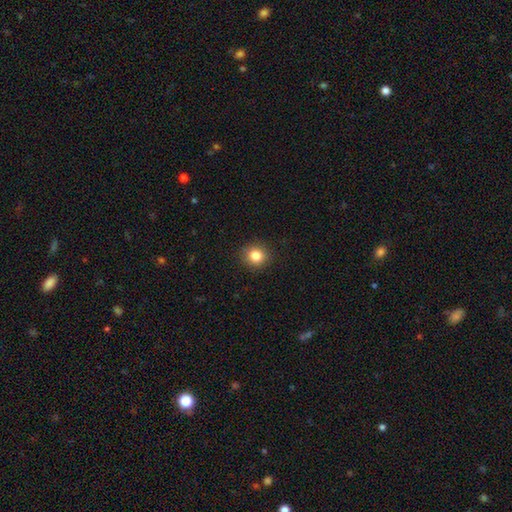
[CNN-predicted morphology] type=smooth (84%); roundness=round (89%); merging=none (91%).